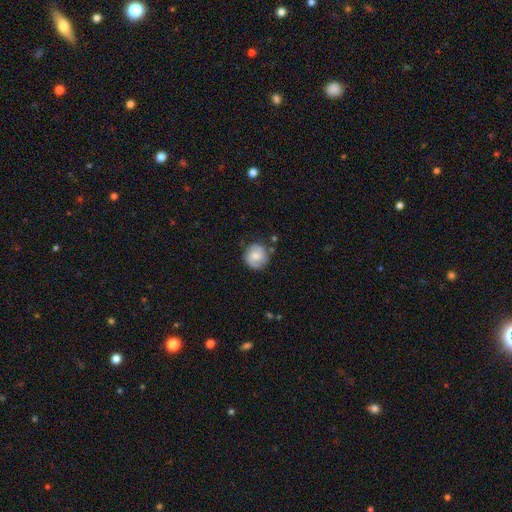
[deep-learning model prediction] Q: Smooth or featured?
A: smooth (53%); runner-up: featured or disk (40%)
Q: How rounded?
A: round (89%); runner-up: in between (10%)
Q: Merging?
A: none (76%); runner-up: minor disturbance (17%)